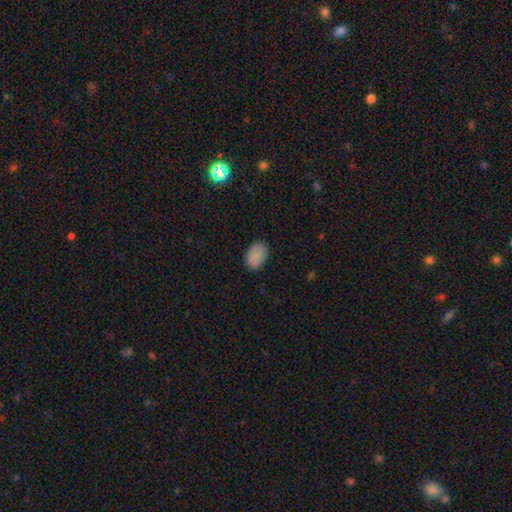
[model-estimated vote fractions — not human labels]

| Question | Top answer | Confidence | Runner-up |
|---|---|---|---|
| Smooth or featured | smooth | 86% | star or artifact (9%) |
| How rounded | in between | 82% | round (17%) |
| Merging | none | 82% | minor disturbance (14%) |